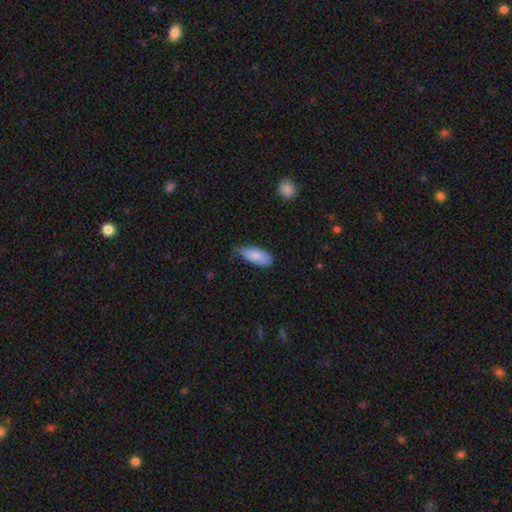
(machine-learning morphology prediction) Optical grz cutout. It shows a smooth galaxy with no disk features (85%) that is in between round and cigar-shaped (82%). Merging: none (55%).